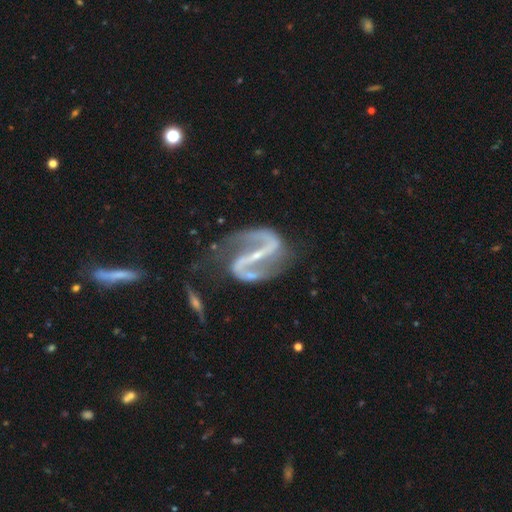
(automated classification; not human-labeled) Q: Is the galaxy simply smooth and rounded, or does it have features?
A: featured or disk — 93%.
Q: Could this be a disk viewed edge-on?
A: no — 96%.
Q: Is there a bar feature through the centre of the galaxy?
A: strong — 77%.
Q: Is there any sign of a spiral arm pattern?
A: yes — 97%.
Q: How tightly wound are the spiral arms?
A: medium — 46%.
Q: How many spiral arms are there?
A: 2 — 94%.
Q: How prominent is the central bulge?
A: small — 79%.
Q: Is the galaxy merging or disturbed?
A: none — 68%.